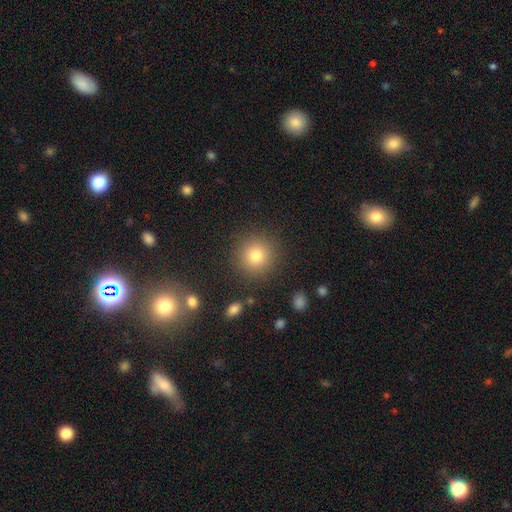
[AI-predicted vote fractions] This is likely a smooth galaxy (79%). How rounded: clearly round (93%). Merging: clearly none (88%).